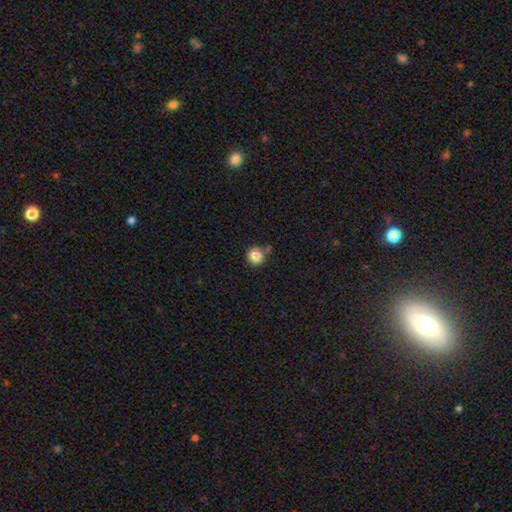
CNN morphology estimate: Q: Smooth or featured?
A: smooth (84%); runner-up: star or artifact (11%)
Q: How rounded?
A: round (95%); runner-up: in between (4%)
Q: Merging?
A: none (79%); runner-up: minor disturbance (10%)